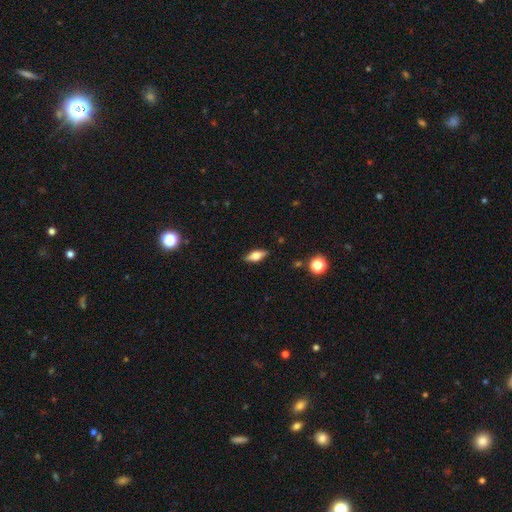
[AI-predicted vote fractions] smooth 55%, featured or disk 37%, star or artifact 8%. Down the decision tree: how rounded — in between (71%); merging — none (87%).